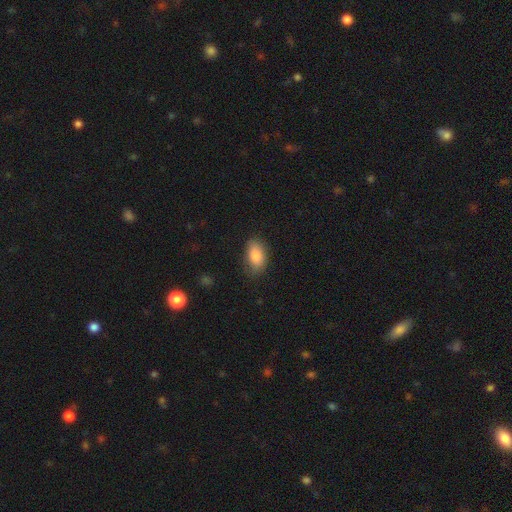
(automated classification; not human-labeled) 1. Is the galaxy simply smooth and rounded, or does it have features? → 86% smooth, 7% featured or disk, 7% star or artifact.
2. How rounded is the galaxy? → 92% in between, 6% round, 2% cigar-shaped.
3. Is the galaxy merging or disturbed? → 76% none, 18% minor disturbance, 4% major disturbance, 1% merger.